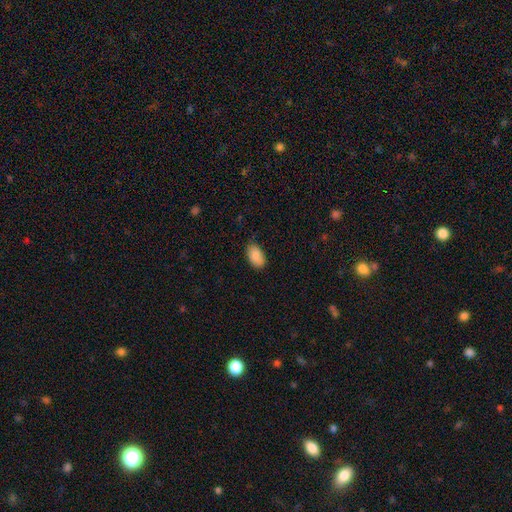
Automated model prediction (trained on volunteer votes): This is clearly a smooth galaxy (88%). How rounded: clearly in between (94%). Merging: clearly none (81%).